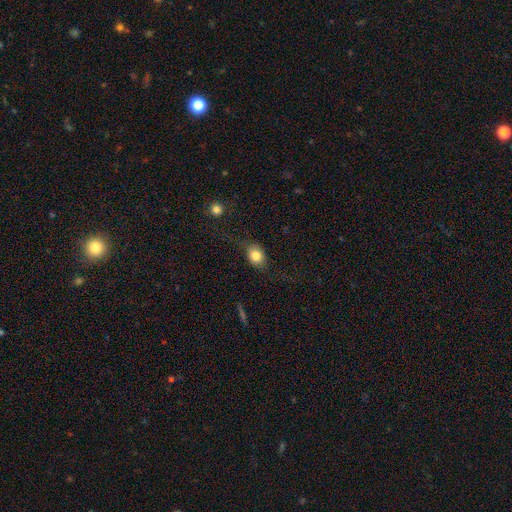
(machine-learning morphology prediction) Q: Smooth or featured?
A: smooth (75%); runner-up: featured or disk (16%)
Q: How rounded?
A: in between (50%); runner-up: round (47%)
Q: Merging?
A: none (61%); runner-up: minor disturbance (22%)